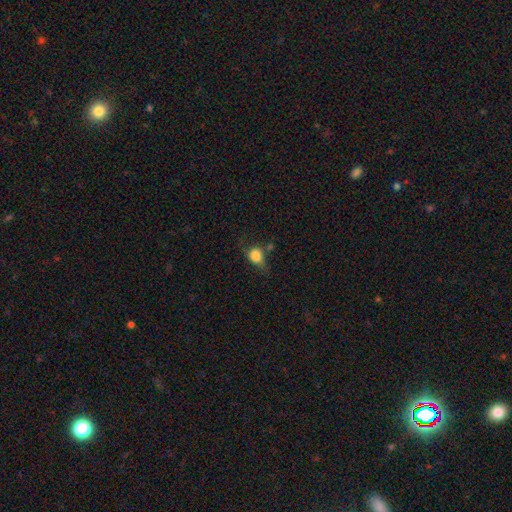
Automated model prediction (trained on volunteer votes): A smooth galaxy with no disk features (79%) that is round (55%). Merging: none (43%).